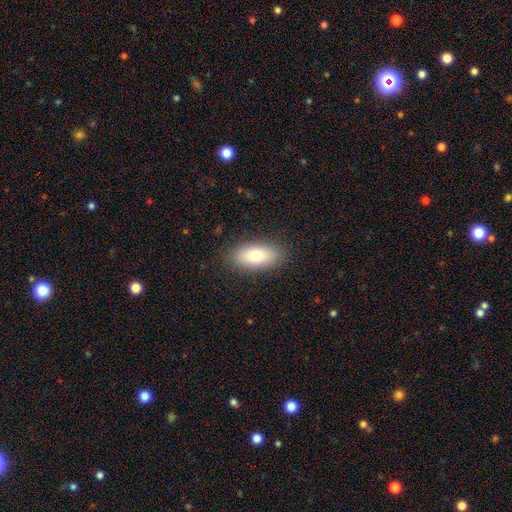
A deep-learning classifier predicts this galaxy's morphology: A smooth galaxy with no disk features (76%) that is in between round and cigar-shaped (89%). Merging: none (87%).